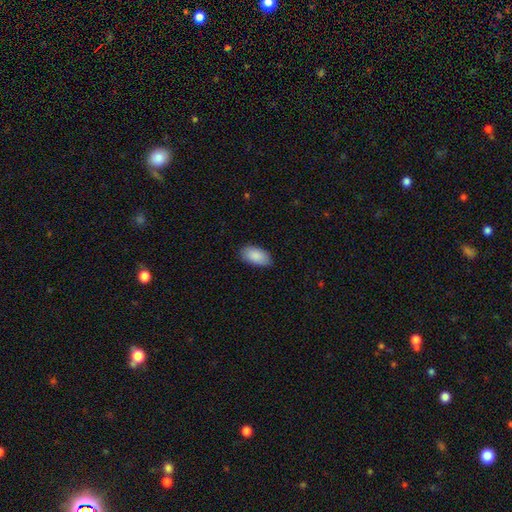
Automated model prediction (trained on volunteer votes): smooth-or-featured: smooth: 89% | star or artifact: 6% | featured or disk: 5%
  how-rounded: in between: 95% | round: 3% | cigar-shaped: 2%
  merging: none: 83% | minor disturbance: 13% | major disturbance: 3% | merger: 1%